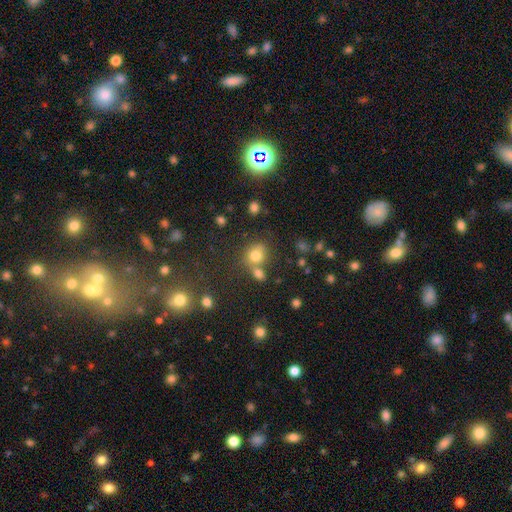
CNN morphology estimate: This is likely a smooth galaxy (75%). How rounded: likely round (70%). Merging: possibly none (52%).